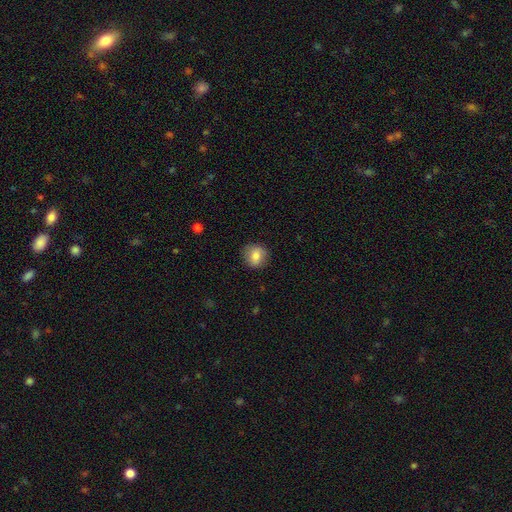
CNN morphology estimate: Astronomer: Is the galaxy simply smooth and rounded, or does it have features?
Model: smooth — 80%.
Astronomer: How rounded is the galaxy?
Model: round — 81%.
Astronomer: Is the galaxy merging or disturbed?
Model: none — 85%.